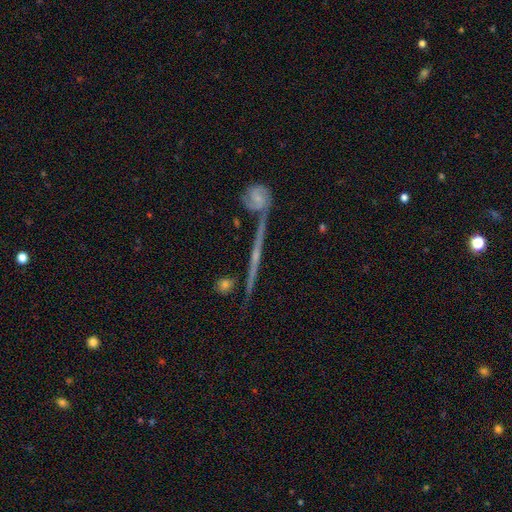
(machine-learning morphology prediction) smooth-or-featured: featured or disk: 72% | star or artifact: 14% | smooth: 14%
  disk-edge-on: yes: 93% | no: 7%
    edge-on-bulge: rounded: 53% | none: 37% | boxy: 11%
  merging: none: 75% | merger: 11% | minor disturbance: 9% | major disturbance: 5%